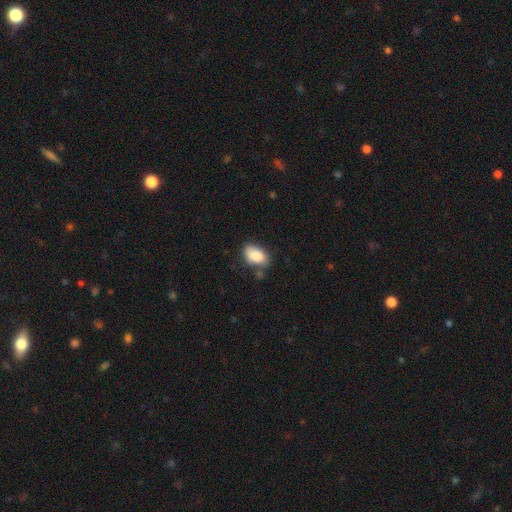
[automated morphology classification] A smooth galaxy with no disk features (86%) that is in between round and cigar-shaped (90%). Merging: none (61%).